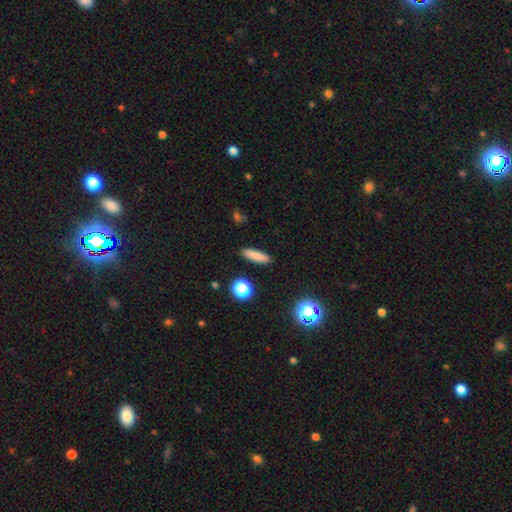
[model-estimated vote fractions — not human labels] Morphology: type=smooth (82%); roundness=cigar-shaped (72%); merging=none (90%).